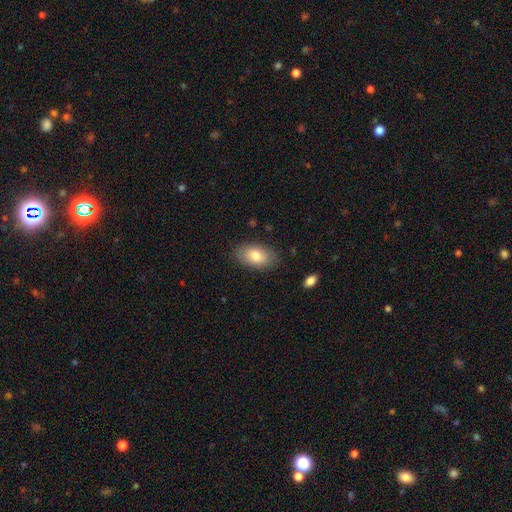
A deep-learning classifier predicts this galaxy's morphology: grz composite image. It shows a smooth galaxy with no disk features (80%) that is in between round and cigar-shaped (92%). Merging: none (84%).